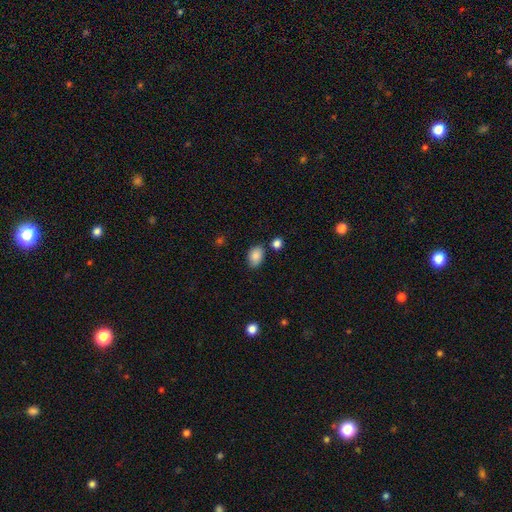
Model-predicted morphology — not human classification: Smooth or featured: smooth — 87% (star or artifact — 8%)
How rounded: in between — 84% (round — 15%)
Merging: none — 76% (minor disturbance — 15%)